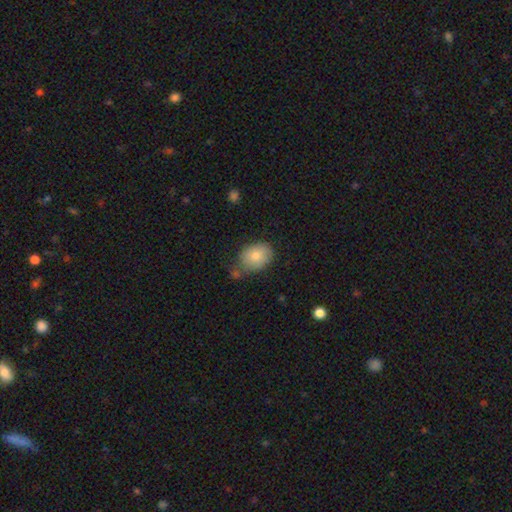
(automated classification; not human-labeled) Smooth or featured?
  - smooth: 79% *
  - featured or disk: 13%
  - star or artifact: 8%
How rounded?
  - in between: 64% *
  - round: 35%
  - cigar-shaped: 1%
Merging?
  - none: 62% *
  - minor disturbance: 23%
  - merger: 10%
  - major disturbance: 5%